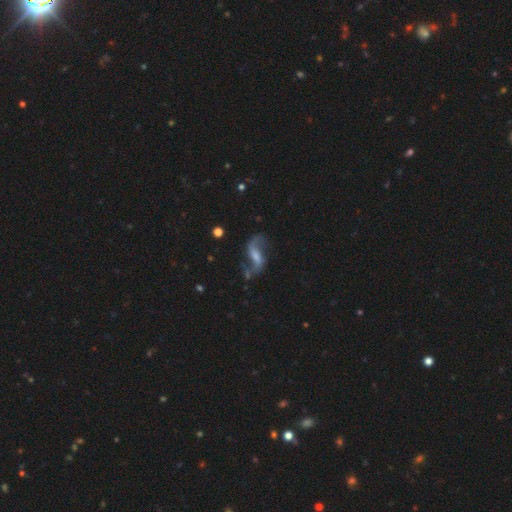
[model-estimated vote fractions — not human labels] This is clearly a featured or disk galaxy (82%). It is clearly not viewed edge-on (95%). Bar: possibly weak (48%). Spiral arm pattern: clearly yes (94%). Spiral arm count: clearly 2 (90%). Spiral winding: likely loose (74%). Central bulge: marginally small (33%). Merging: likely none (62%).